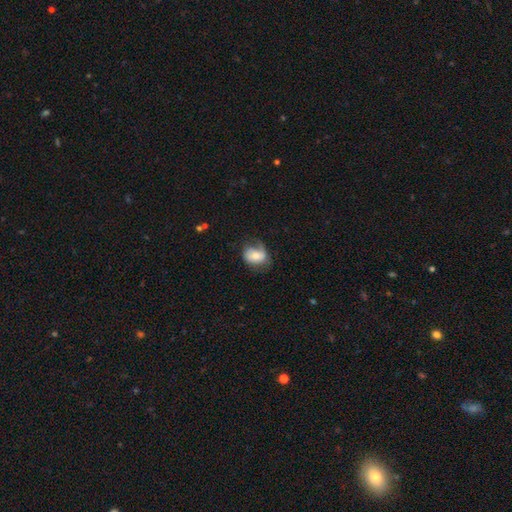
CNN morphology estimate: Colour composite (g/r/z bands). It shows a smooth galaxy with no disk features (55%) that is in between round and cigar-shaped (58%). Merging: none (49%).